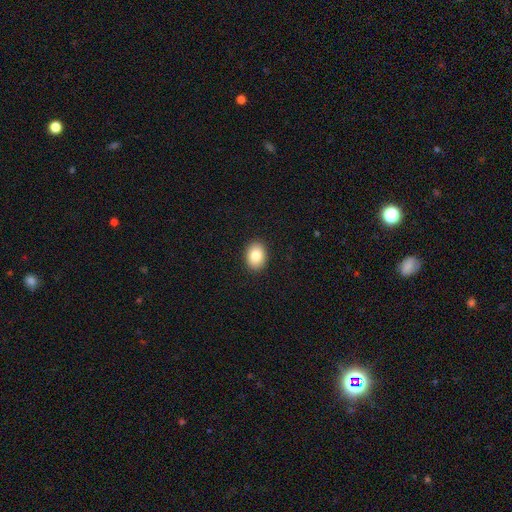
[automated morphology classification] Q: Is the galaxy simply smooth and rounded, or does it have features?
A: smooth — 84%.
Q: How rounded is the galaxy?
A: in between — 71%.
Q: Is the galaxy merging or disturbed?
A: none — 91%.